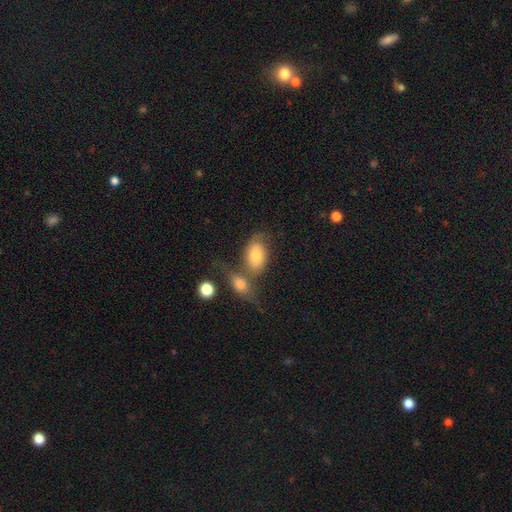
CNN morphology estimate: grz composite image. It shows a smooth galaxy with no disk features (57%) that is in between round and cigar-shaped (82%). Merging: merger (44%).